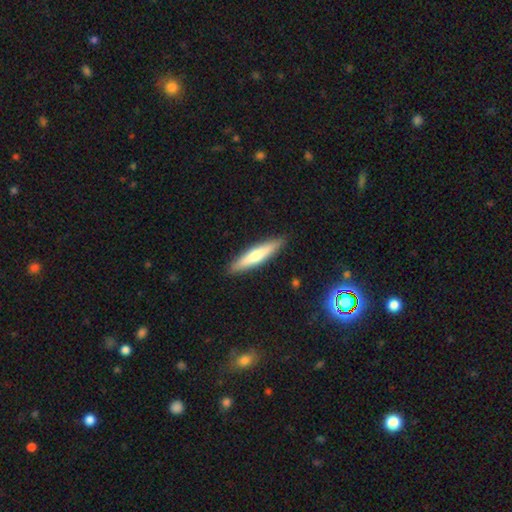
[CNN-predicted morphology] Q: Smooth or featured?
A: smooth (58%); runner-up: featured or disk (36%)
Q: How rounded?
A: cigar-shaped (88%); runner-up: in between (11%)
Q: Merging?
A: none (90%); runner-up: minor disturbance (7%)